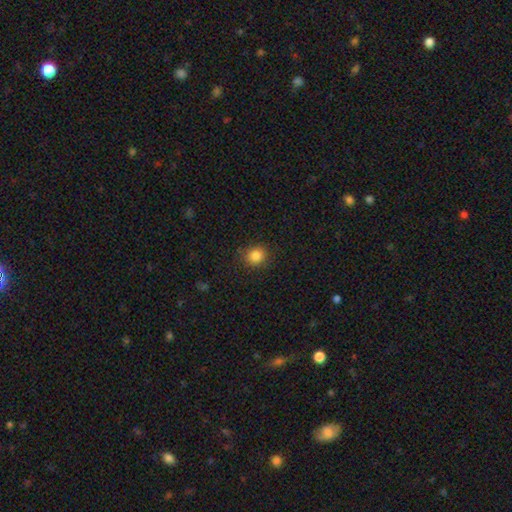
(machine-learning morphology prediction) A smooth galaxy with no disk features (85%) that is round (80%).

Vote fractions:
- Smooth or featured? smooth: 85% / star or artifact: 11% / featured or disk: 5%
- How rounded? round: 80% / in between: 19% / cigar-shaped: 1%
- Merging? none: 86% / minor disturbance: 10% / major disturbance: 3% / merger: 1%